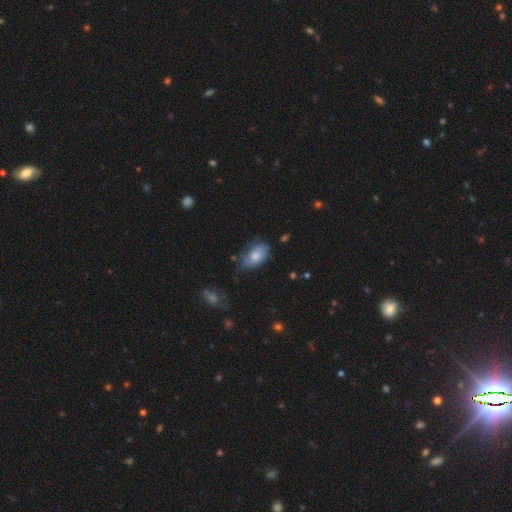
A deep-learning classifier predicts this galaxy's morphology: Q: Smooth or featured?
A: smooth (72%); runner-up: featured or disk (21%)
Q: How rounded?
A: in between (91%); runner-up: round (6%)
Q: Merging?
A: none (54%); runner-up: minor disturbance (33%)